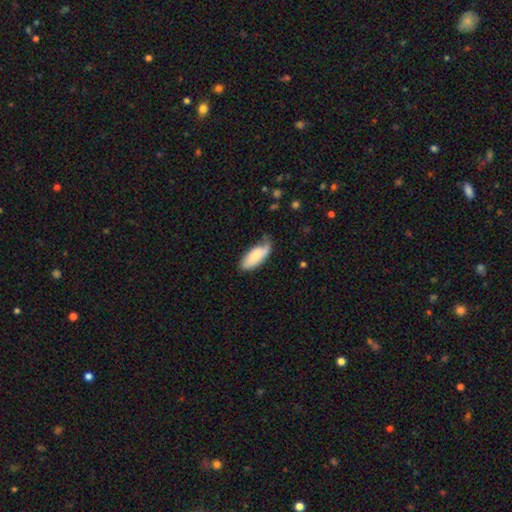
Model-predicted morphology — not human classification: The model was most divided on "merging": none: 48%, minor disturbance: 39%, major disturbance: 11%, merger: 2%. More confident: how rounded — in between (84%); smooth or featured — smooth (77%).